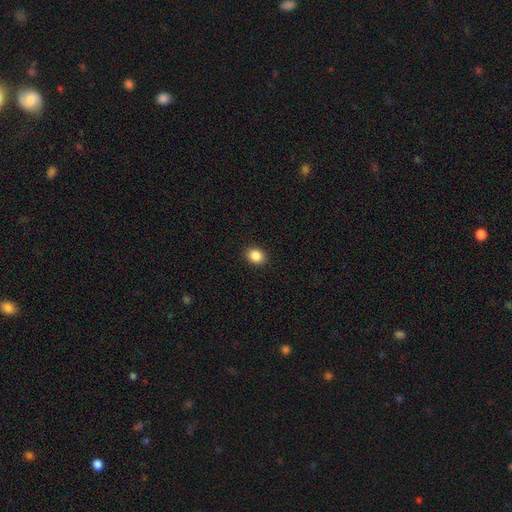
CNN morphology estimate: Smooth or featured? smooth (87%)
How rounded? round (54%)
Merging? none (90%)